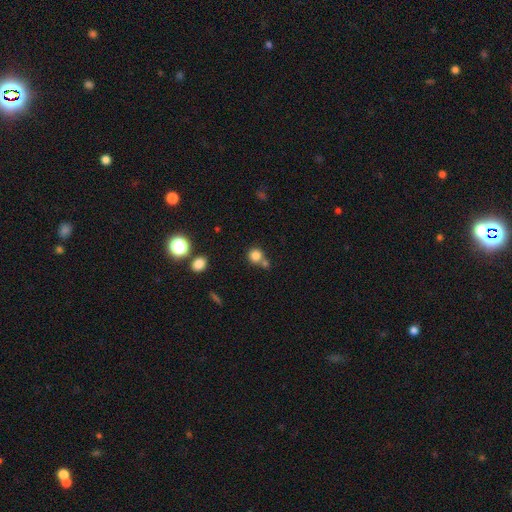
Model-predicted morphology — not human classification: Q: Smooth or featured?
A: smooth (80%); runner-up: star or artifact (13%)
Q: How rounded?
A: round (90%); runner-up: in between (9%)
Q: Merging?
A: none (57%); runner-up: merger (30%)